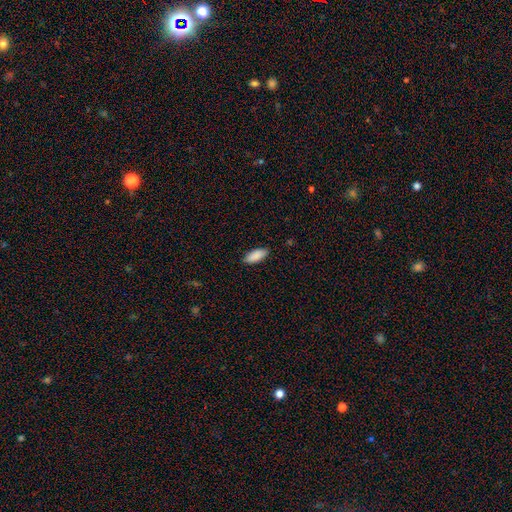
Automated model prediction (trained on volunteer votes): A smooth galaxy with no disk features (90%) that is in between round and cigar-shaped (80%).

Vote fractions:
- Smooth or featured? smooth: 90% / star or artifact: 6% / featured or disk: 4%
- How rounded? in between: 80% / cigar-shaped: 18% / round: 2%
- Merging? none: 87% / minor disturbance: 10% / major disturbance: 2% / merger: 1%